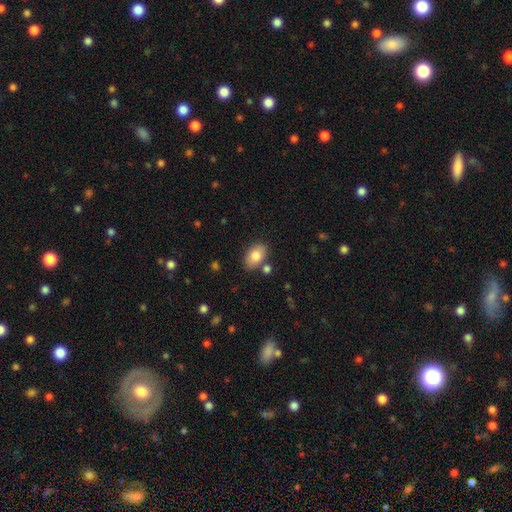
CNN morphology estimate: The model was most divided on "merging": none: 77%, minor disturbance: 13%, merger: 8%, major disturbance: 3%. More confident: how rounded — in between (90%); smooth or featured — smooth (83%).